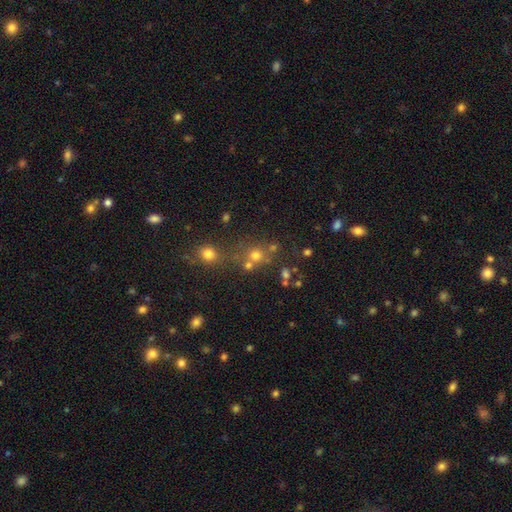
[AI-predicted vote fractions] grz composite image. It shows a smooth galaxy with no disk features (61%) that is round (84%). Merging: none (56%).